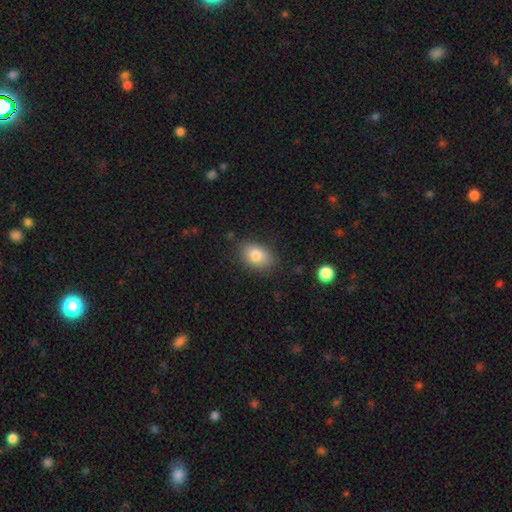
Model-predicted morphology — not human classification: A smooth galaxy with no disk features (81%) that is in between round and cigar-shaped (82%). Merging: none (82%).